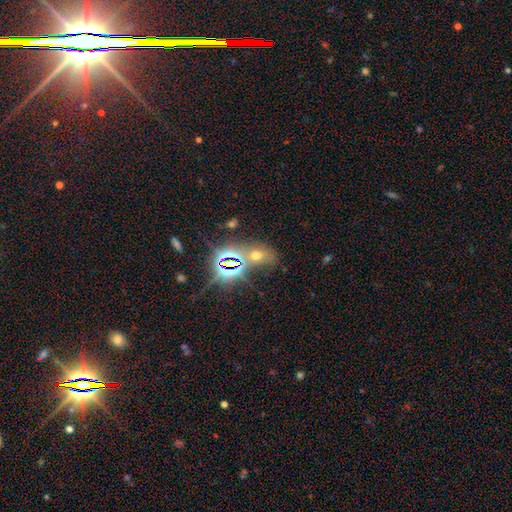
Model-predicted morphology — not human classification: The model was most divided on "smooth or featured": star or artifact: 48%, smooth: 40%, featured or disk: 12%.